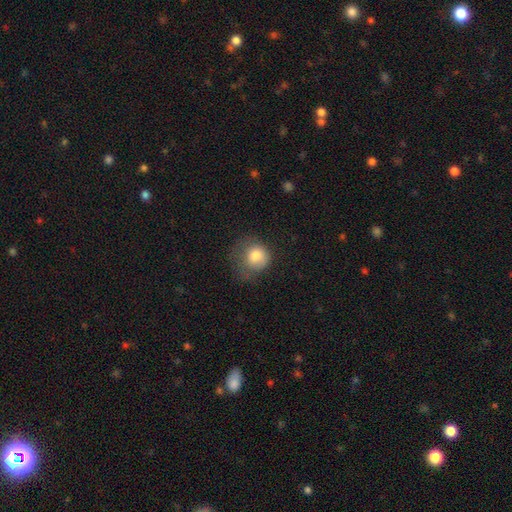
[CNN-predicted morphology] The model was most divided on "merging": none: 37%, minor disturbance: 32%, major disturbance: 29%, merger: 2%. More confident: smooth or featured — smooth (79%); how rounded — round (77%).